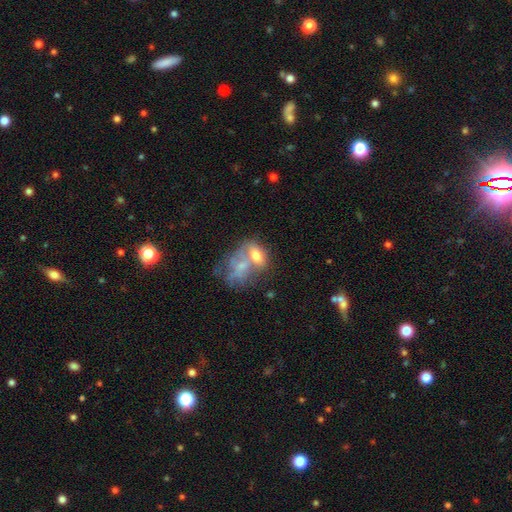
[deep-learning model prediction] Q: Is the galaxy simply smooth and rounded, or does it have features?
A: featured or disk — 41%, tied with smooth.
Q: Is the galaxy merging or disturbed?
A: merger — 59%.